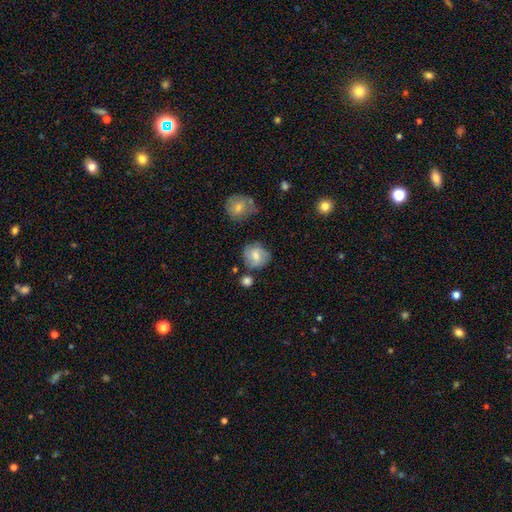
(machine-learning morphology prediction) Smooth or featured? smooth (65%)
How rounded? round (80%)
Merging? none (66%)